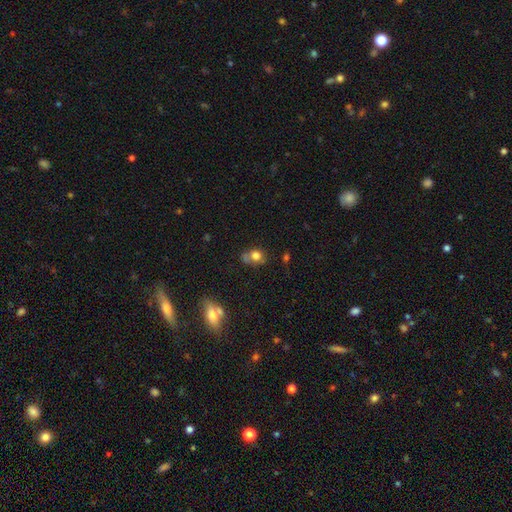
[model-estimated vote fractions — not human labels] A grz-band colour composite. It shows a smooth galaxy with no disk features (74%) that is round (63%). Merging: none (44%).